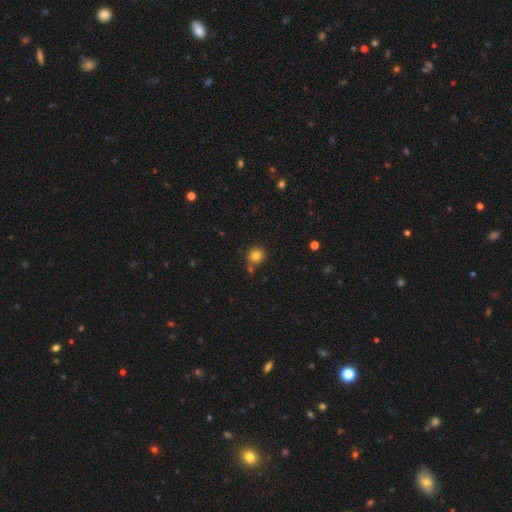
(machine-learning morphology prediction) Q: Smooth or featured?
A: smooth (81%); runner-up: star or artifact (12%)
Q: How rounded?
A: round (91%); runner-up: in between (8%)
Q: Merging?
A: none (75%); runner-up: merger (11%)